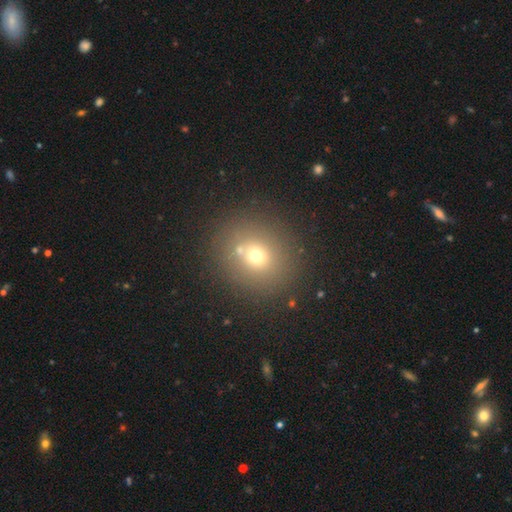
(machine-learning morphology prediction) type=smooth (65%); roundness=round (81%); merging=none (77%).